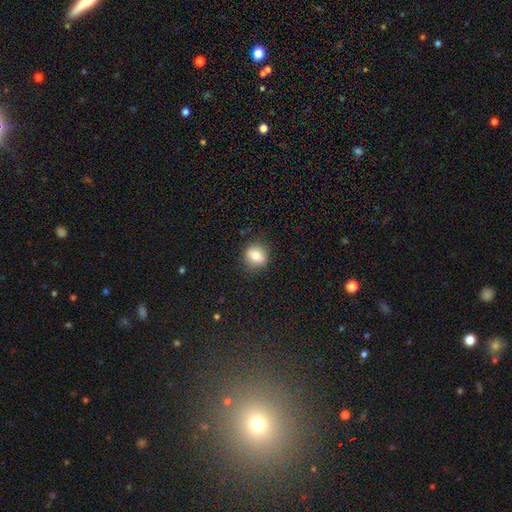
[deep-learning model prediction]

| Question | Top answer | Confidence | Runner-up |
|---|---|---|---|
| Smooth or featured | smooth | 77% | featured or disk (13%) |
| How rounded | round | 79% | in between (20%) |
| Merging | none | 86% | minor disturbance (10%) |